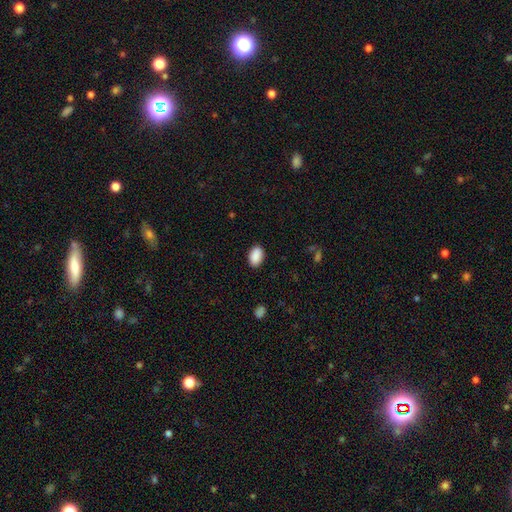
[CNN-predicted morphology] smooth 90%, star or artifact 7%, featured or disk 3%. Down the decision tree: how rounded — in between (90%); merging — none (88%).